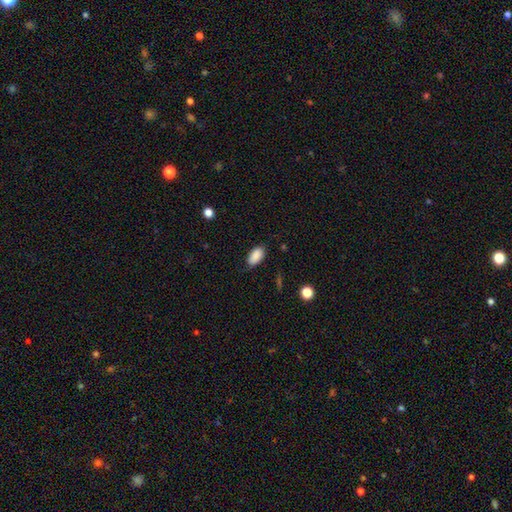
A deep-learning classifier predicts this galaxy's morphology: type=smooth (88%); roundness=in between (94%); merging=none (77%).